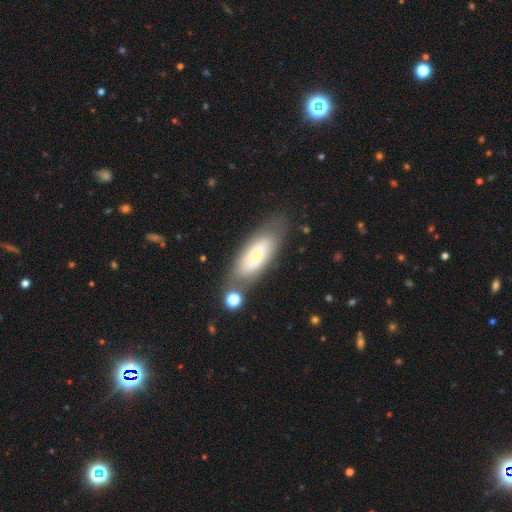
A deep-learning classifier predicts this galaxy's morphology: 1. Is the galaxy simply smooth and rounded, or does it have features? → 51% smooth, 42% featured or disk, 7% star or artifact.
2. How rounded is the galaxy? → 73% in between, 24% cigar-shaped, 3% round.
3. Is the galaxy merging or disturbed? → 73% none, 16% minor disturbance, 6% merger, 6% major disturbance.